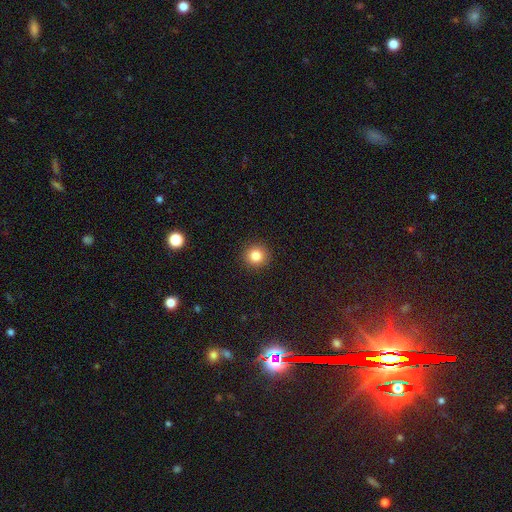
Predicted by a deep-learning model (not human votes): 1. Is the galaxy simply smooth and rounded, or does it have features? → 84% smooth, 11% star or artifact, 5% featured or disk.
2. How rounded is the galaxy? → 94% round, 5% in between, 1% cigar-shaped.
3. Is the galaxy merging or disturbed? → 92% none, 5% minor disturbance, 2% major disturbance, 1% merger.